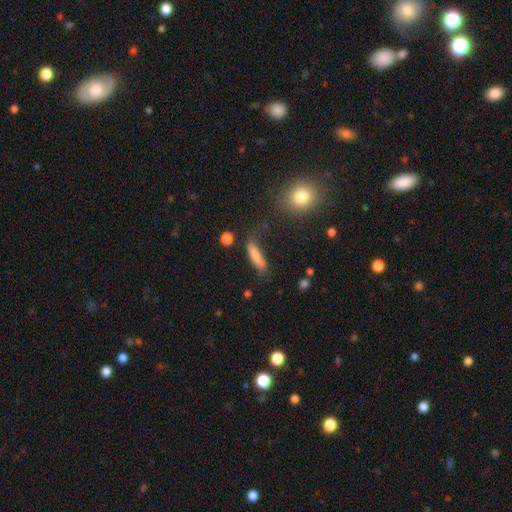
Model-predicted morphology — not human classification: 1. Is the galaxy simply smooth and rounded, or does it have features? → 77% smooth, 14% featured or disk, 9% star or artifact.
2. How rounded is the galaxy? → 70% cigar-shaped, 27% in between, 3% round.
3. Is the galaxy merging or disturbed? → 56% none, 25% minor disturbance, 12% major disturbance, 7% merger.